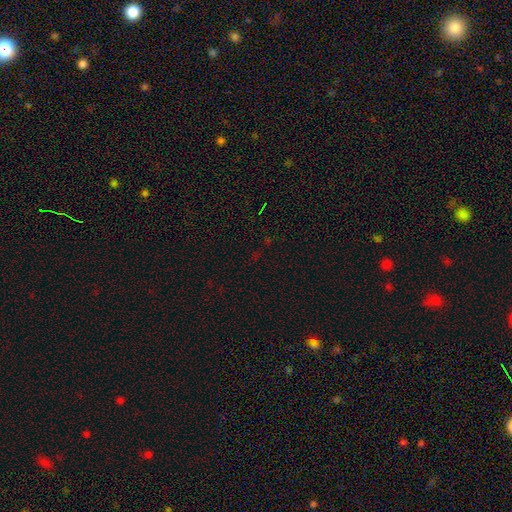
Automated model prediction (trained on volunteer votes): Morphology: type=star or artifact (71%).